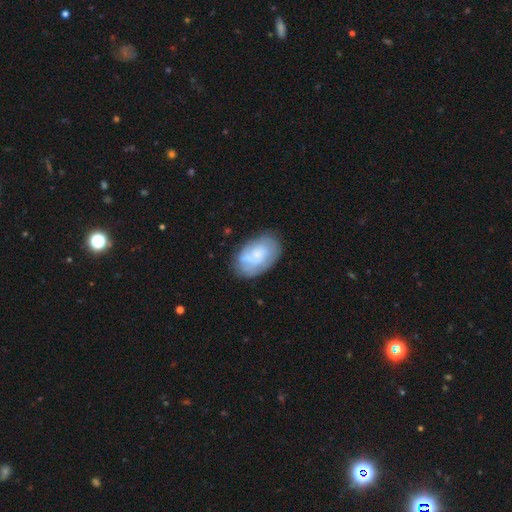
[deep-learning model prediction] Smooth or featured?
  - smooth: 47% *
  - featured or disk: 45%
  - star or artifact: 7%
Merging?
  - none: 67% *
  - minor disturbance: 23%
  - major disturbance: 8%
  - merger: 3%